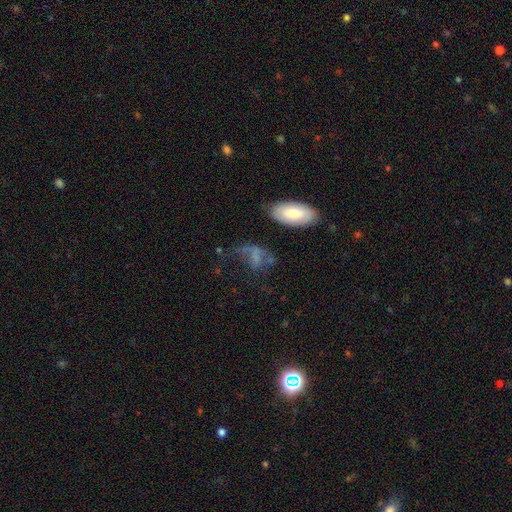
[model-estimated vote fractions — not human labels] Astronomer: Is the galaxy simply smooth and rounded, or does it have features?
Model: smooth — 52% (runner-up: featured or disk, 33%).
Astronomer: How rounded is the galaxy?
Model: in between — 78%.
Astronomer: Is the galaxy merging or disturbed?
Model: major disturbance — 36% (runner-up: none, 33%).